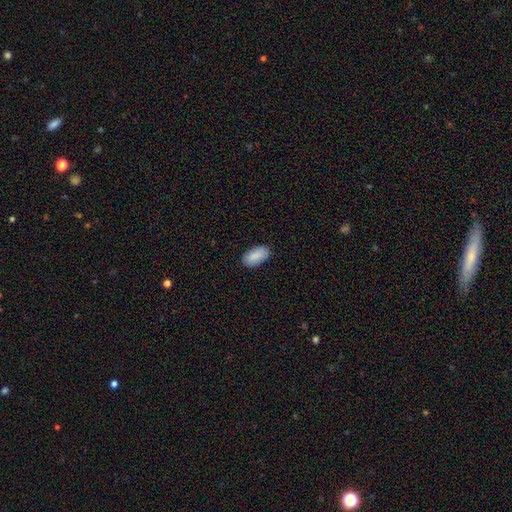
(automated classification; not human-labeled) Smooth or featured: smooth — 88% (star or artifact — 6%)
How rounded: in between — 94% (cigar-shaped — 4%)
Merging: none — 87% (minor disturbance — 10%)